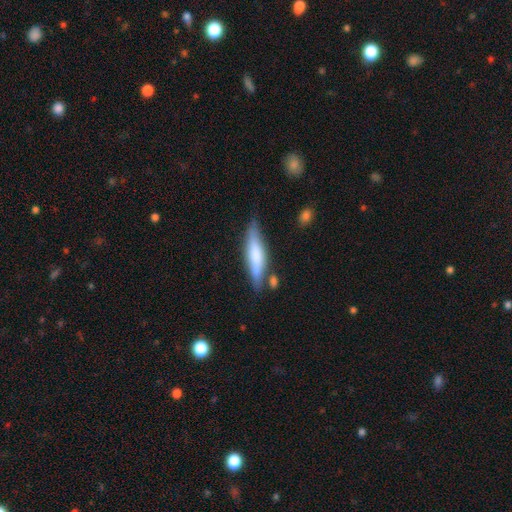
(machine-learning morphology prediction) Smooth or featured: smooth — 62% (featured or disk — 33%)
How rounded: cigar-shaped — 73% (in between — 25%)
Merging: none — 72% (minor disturbance — 18%)